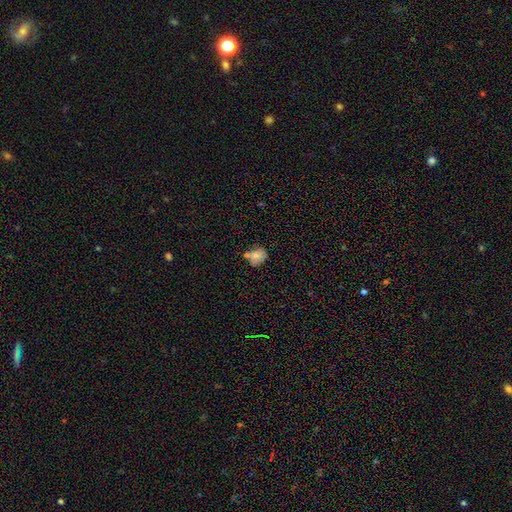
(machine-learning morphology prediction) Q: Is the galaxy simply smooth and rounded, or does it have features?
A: smooth — 72%.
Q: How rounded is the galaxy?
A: round — 56%.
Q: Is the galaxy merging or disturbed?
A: none — 54%.